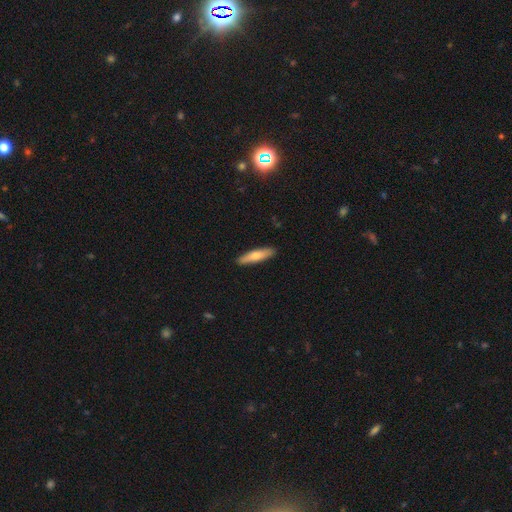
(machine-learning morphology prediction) smooth-or-featured: smooth: 69% | featured or disk: 26% | star or artifact: 5%
  how-rounded: cigar-shaped: 79% | in between: 20% | round: 2%
  merging: none: 90% | minor disturbance: 8% | major disturbance: 2% | merger: 1%